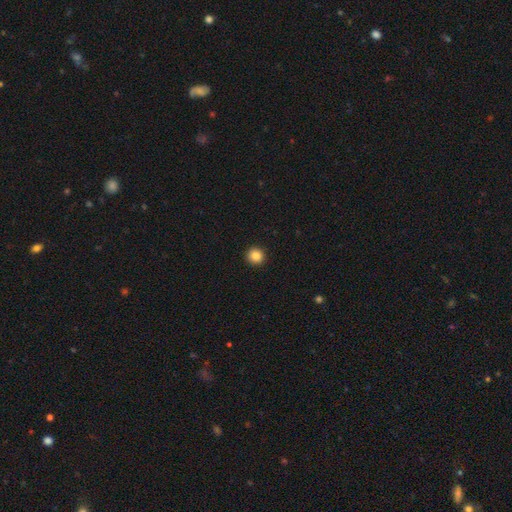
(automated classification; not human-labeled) Smooth or featured?
  - smooth: 86% *
  - star or artifact: 10%
  - featured or disk: 4%
How rounded?
  - round: 95% *
  - in between: 4%
  - cigar-shaped: 1%
Merging?
  - none: 94% *
  - minor disturbance: 4%
  - major disturbance: 1%
  - merger: 1%